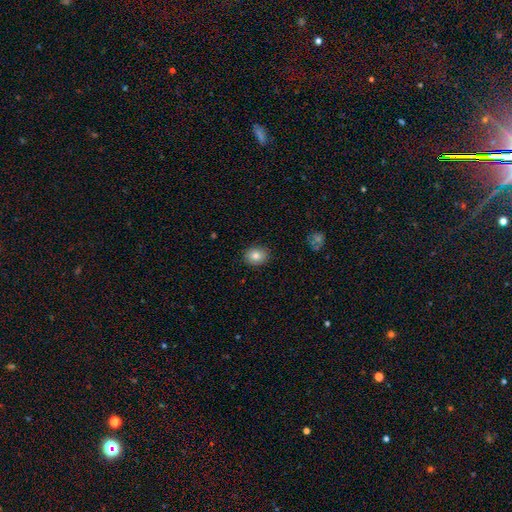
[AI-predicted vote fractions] Overall: smooth (82%). How rounded: round (57%; in between 43%). Merging: none (88%).